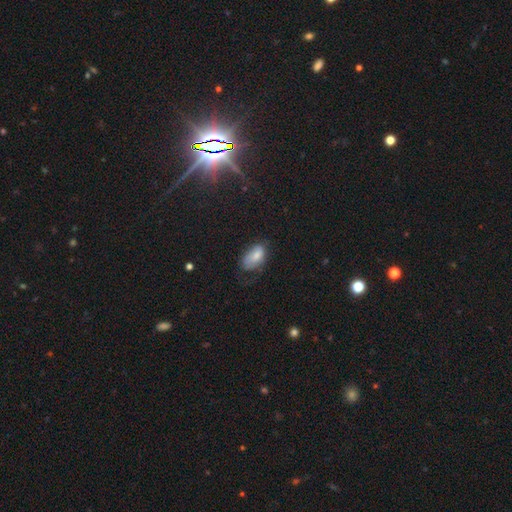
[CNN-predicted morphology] smooth 72%, featured or disk 19%, star or artifact 9%. Down the decision tree: how rounded — in between (92%); merging — none (43%).